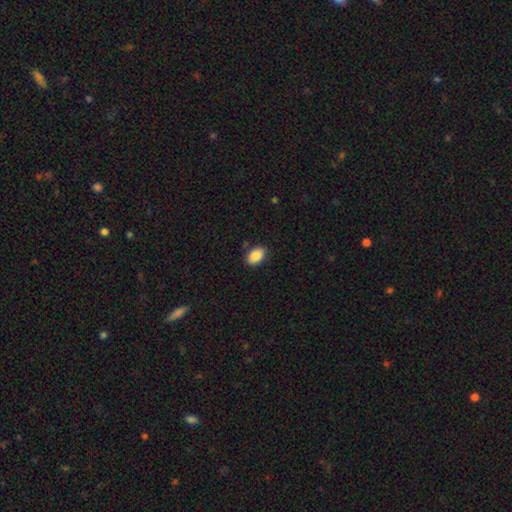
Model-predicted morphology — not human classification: Overall: smooth (88%). How rounded: in between (89%). Merging: none (87%).